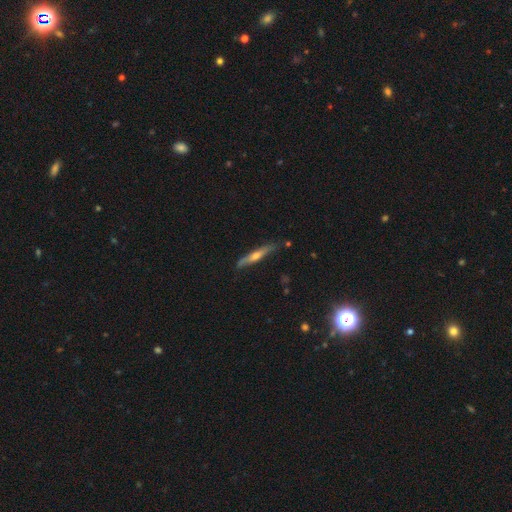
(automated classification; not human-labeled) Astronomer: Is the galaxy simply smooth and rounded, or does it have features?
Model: featured or disk — 64%.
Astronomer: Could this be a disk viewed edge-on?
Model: yes — 95%.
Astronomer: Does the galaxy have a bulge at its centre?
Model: rounded — 86%.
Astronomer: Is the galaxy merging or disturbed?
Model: none — 82%.